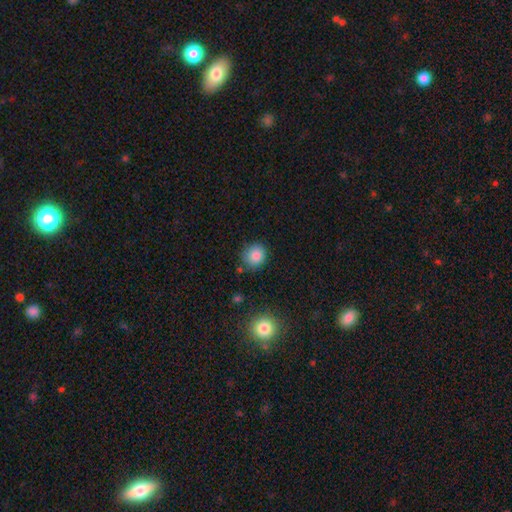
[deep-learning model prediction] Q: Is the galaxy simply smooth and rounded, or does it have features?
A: smooth — 85%.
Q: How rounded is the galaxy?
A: round — 82%.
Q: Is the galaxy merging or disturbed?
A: none — 77%.